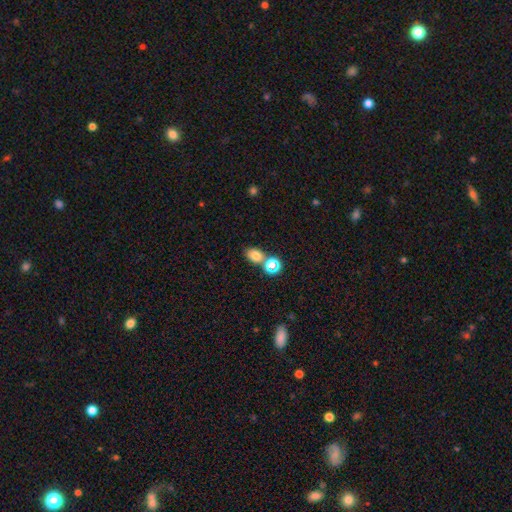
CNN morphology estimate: Smooth or featured: smooth — 76% (star or artifact — 17%)
How rounded: in between — 64% (round — 35%)
Merging: none — 61% (merger — 26%)